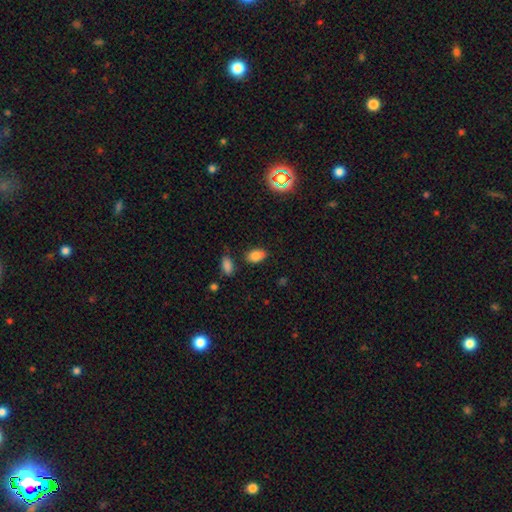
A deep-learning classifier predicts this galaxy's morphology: smooth_or_featured: smooth (p=0.82) [alt: star or artifact p=0.11]
how_rounded: in between (p=0.87) [alt: round p=0.11]
merging: none (p=0.72) [alt: minor disturbance p=0.19]